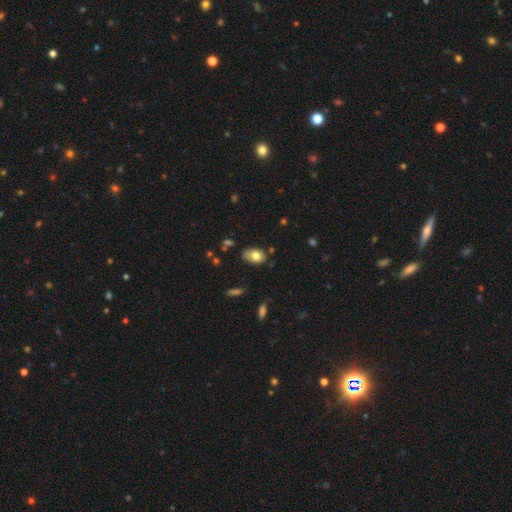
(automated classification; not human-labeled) Smooth or featured: smooth — 76% (featured or disk — 16%)
How rounded: in between — 87% (round — 12%)
Merging: none — 69% (minor disturbance — 23%)